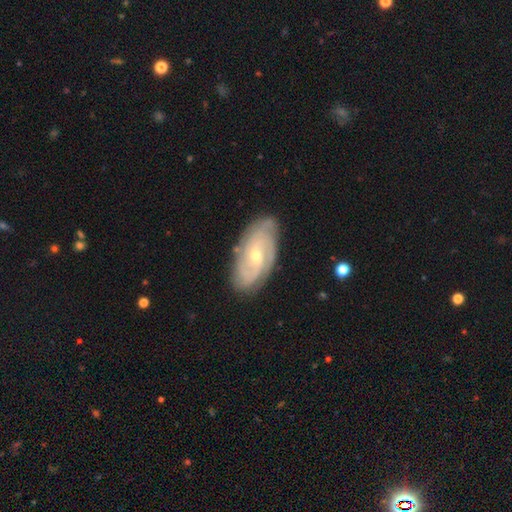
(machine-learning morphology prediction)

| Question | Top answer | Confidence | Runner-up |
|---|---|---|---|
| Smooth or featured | featured or disk | 82% | smooth (13%) |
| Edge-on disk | no | 94% | yes (6%) |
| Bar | no | 46% | weak (45%) |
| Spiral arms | yes | 95% | no (5%) |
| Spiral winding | tight | 59% | medium (32%) |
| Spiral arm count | can't tell | 31% | 2 (29%) |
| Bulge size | small | 57% | moderate (39%) |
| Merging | none | 80% | minor disturbance (15%) |